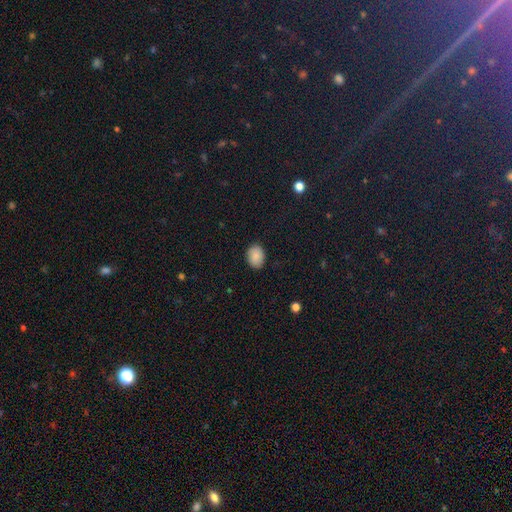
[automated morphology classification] Smooth or featured: smooth — 88% (star or artifact — 8%)
How rounded: in between — 66% (round — 33%)
Merging: none — 88% (minor disturbance — 9%)